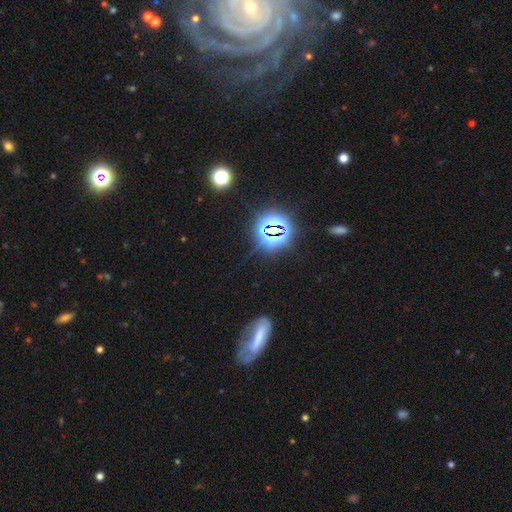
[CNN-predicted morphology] Smooth or featured?
  - featured or disk: 54% *
  - star or artifact: 24%
  - smooth: 22%
Edge-on disk?
  - no: 78% *
  - yes: 22%
Merging?
  - none: 72% *
  - minor disturbance: 14%
  - major disturbance: 8%
  - merger: 6%